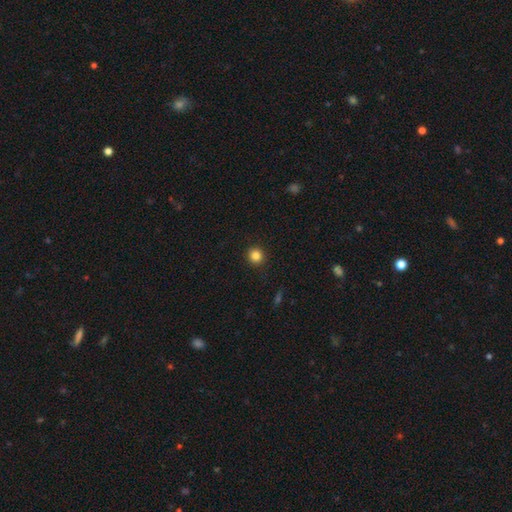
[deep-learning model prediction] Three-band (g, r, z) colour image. It shows a smooth galaxy with no disk features (84%) that is round (94%). Merging: none (93%).